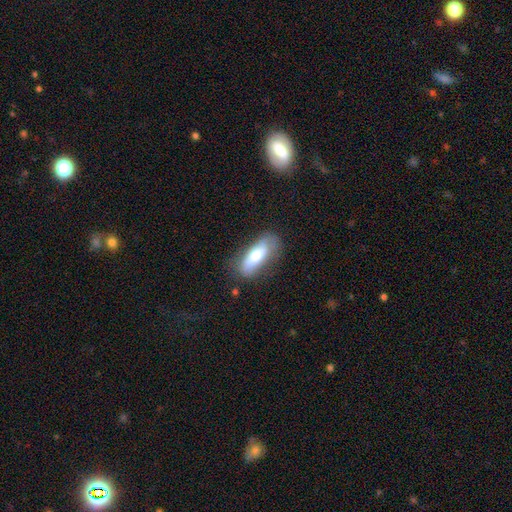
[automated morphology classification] This is likely a smooth galaxy (65%). How rounded: likely in between (68%). Merging: likely none (68%).